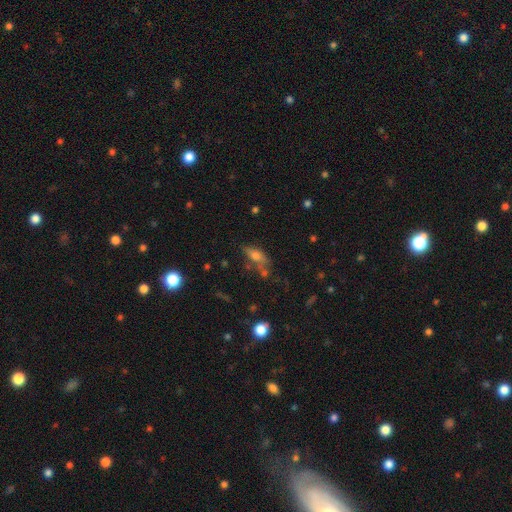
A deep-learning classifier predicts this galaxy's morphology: Smooth or featured: smooth — 59% (featured or disk — 28%)
How rounded: in between — 69% (cigar-shaped — 25%)
Merging: none — 48% (minor disturbance — 24%)